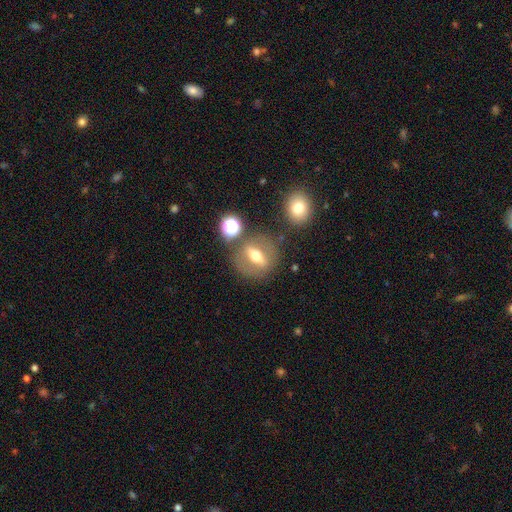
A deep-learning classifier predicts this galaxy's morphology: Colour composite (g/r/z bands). It shows a featured or disk galaxy (54%). Merging: none (74%).